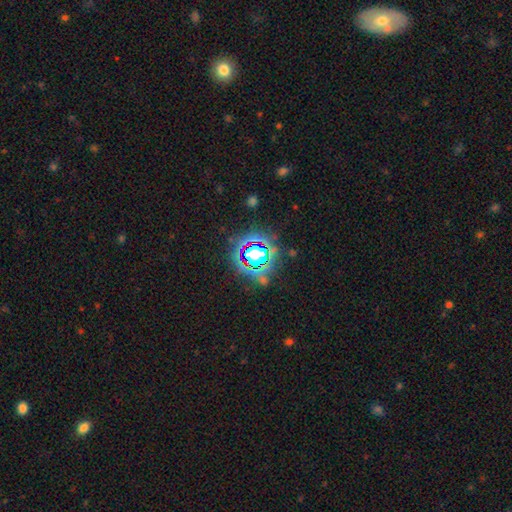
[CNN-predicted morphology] A star or artifact, not a galaxy (64%).

Vote fractions:
- Smooth or featured? star or artifact: 64% / smooth: 23% / featured or disk: 13%